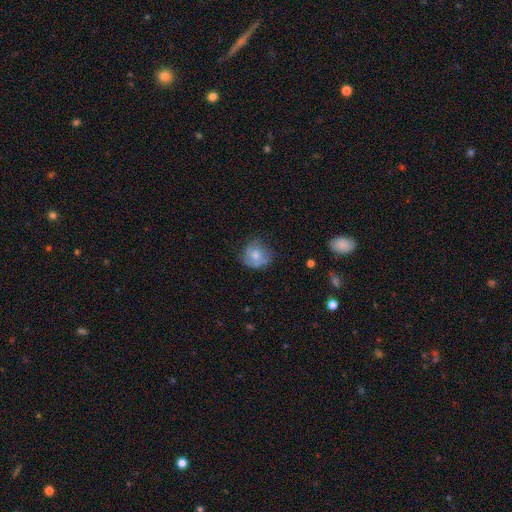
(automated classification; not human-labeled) Q: Smooth or featured?
A: smooth (61%); runner-up: featured or disk (30%)
Q: How rounded?
A: round (78%); runner-up: in between (21%)
Q: Merging?
A: none (54%); runner-up: minor disturbance (29%)